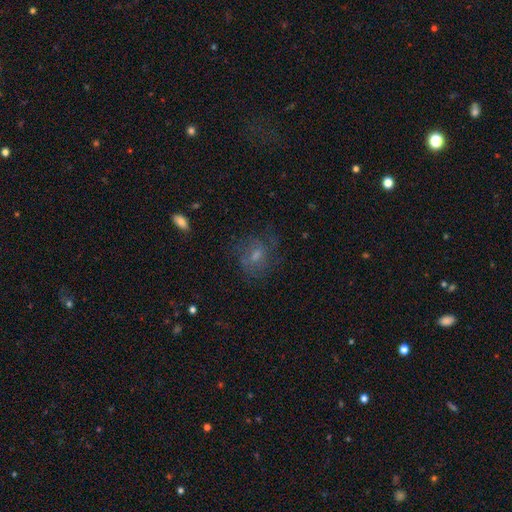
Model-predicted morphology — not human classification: type=featured or disk (47%); merging=none (60%).